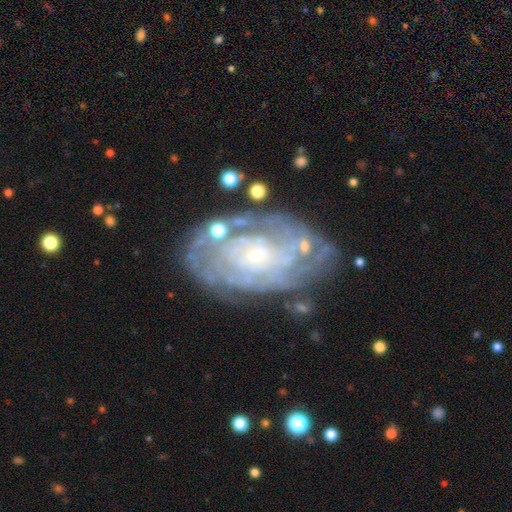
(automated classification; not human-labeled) smooth-or-featured: featured or disk: 84% | smooth: 10% | star or artifact: 6%
  disk-edge-on: no: 96% | yes: 4%
    bar: no: 76% | weak: 19% | strong: 5%
    has-spiral-arms: yes: 89% | no: 11%
      spiral-winding: tight: 76% | medium: 18% | loose: 5%
      spiral-arm-count: can't tell: 49% | 4: 13% | 2: 12% | more than 4: 11% | 3: 10% | 1: 5%
    bulge-size: small: 80% | moderate: 15% | none: 3% | large: 2% | dominant: 1%
  merging: none: 69% | minor disturbance: 19% | major disturbance: 8% | merger: 4%